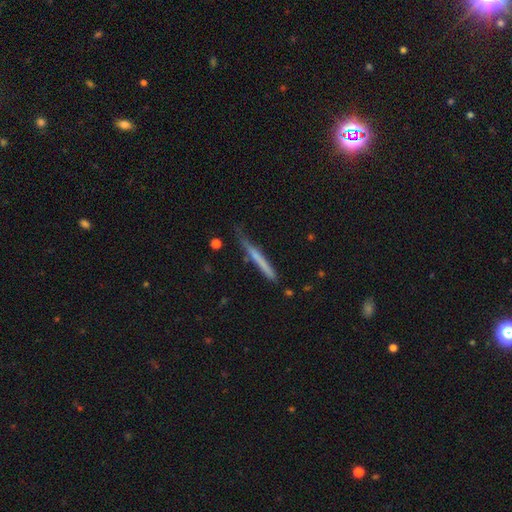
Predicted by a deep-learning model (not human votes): This is possibly a smooth galaxy (55%). How rounded: clearly cigar-shaped (96%). Merging: likely none (69%).